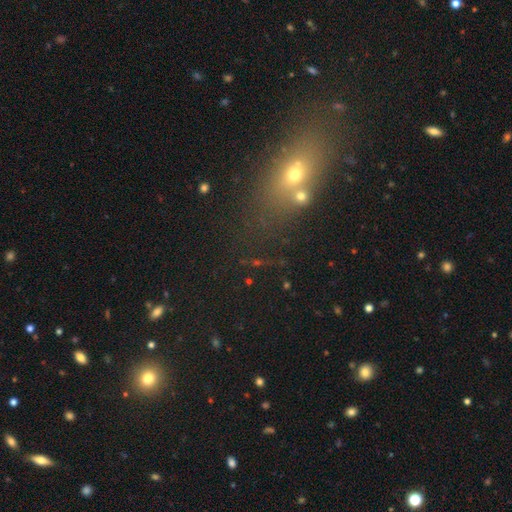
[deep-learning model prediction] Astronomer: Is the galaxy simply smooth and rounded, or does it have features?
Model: smooth — 43% (runner-up: star or artifact, 40%).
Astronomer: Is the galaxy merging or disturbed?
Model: none — 62%.